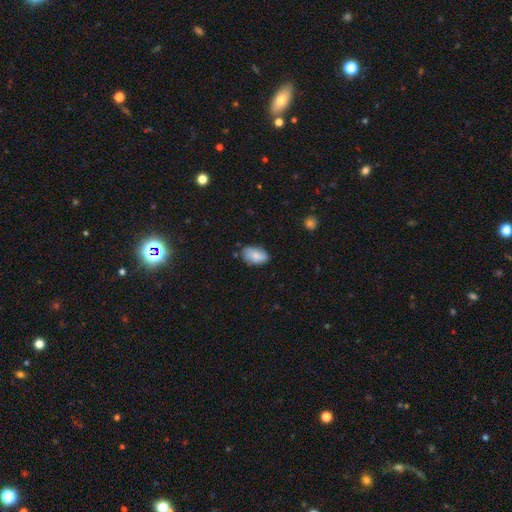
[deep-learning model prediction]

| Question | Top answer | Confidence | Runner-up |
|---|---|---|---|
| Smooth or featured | smooth | 82% | featured or disk (11%) |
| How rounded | in between | 92% | round (6%) |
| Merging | none | 68% | minor disturbance (25%) |